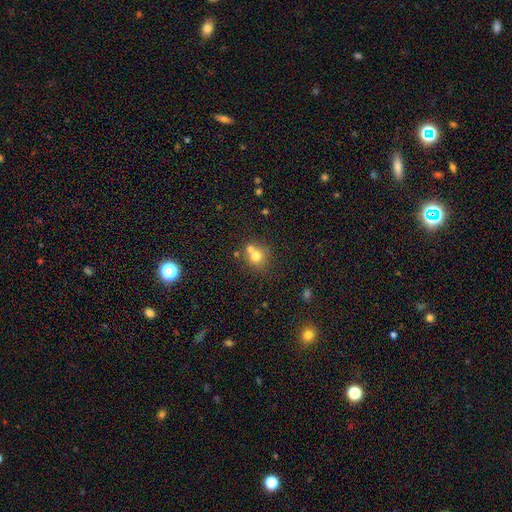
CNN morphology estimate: A smooth galaxy with no disk features (72%) that is round (86%).

Vote fractions:
- Smooth or featured? smooth: 72% / featured or disk: 14% / star or artifact: 14%
- How rounded? round: 86% / in between: 13% / cigar-shaped: 1%
- Merging? none: 49% / merger: 39% / minor disturbance: 8% / major disturbance: 3%